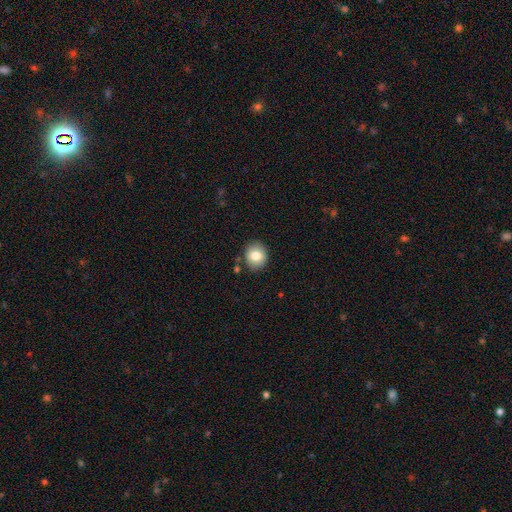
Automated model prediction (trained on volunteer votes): The model was most divided on "how rounded": round: 75%, in between: 24%, cigar-shaped: 1%. More confident: merging — none (85%); smooth or featured — smooth (80%).